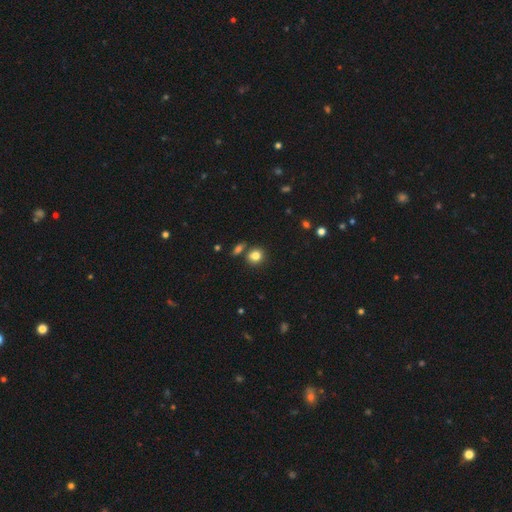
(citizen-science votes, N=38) Smooth or featured? 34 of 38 (89%) said smooth. How rounded? 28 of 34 (82%) said round. Merging? 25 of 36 (69%) said none.